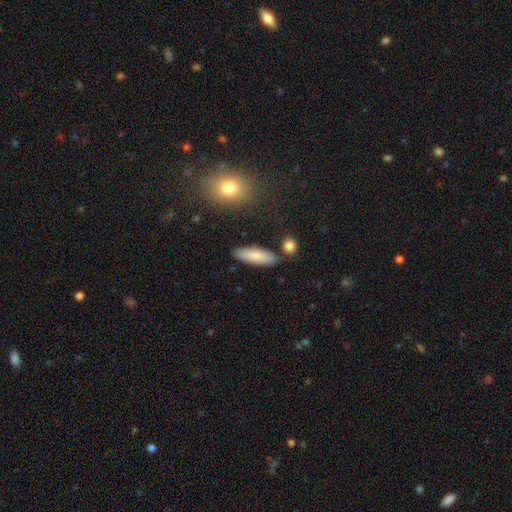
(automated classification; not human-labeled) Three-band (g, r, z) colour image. It shows a smooth galaxy with no disk features (82%) that is in between round and cigar-shaped (55%). Merging: none (82%).